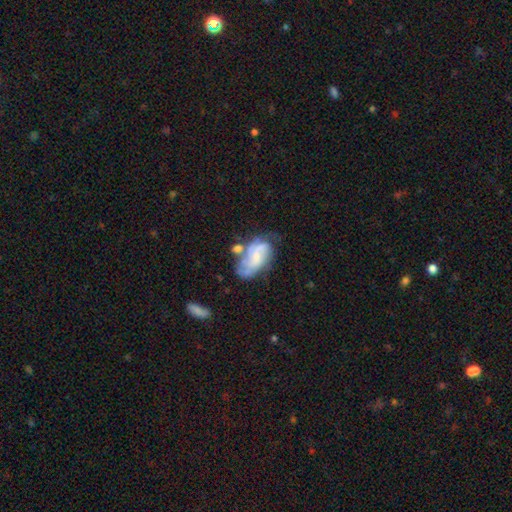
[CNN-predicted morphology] type=featured or disk (69%); edge-on=no (97%); bar=no (54%); spiral arms=yes (84%); winding=medium (43%); arm count=2 (40%); bulge=small (44%); merging=none (39%).